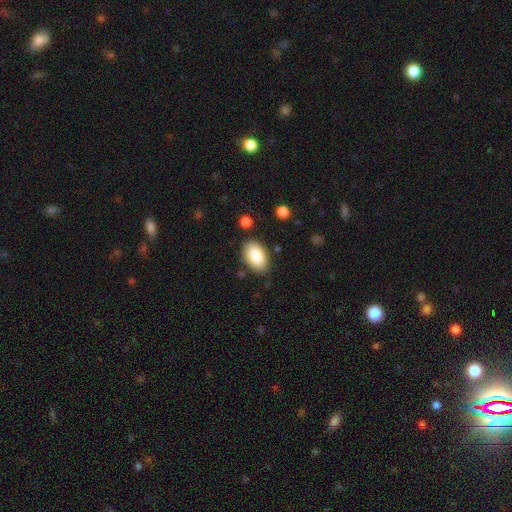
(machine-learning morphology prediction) Smooth or featured: smooth — 88% (star or artifact — 6%)
How rounded: in between — 93% (round — 5%)
Merging: none — 83% (minor disturbance — 11%)